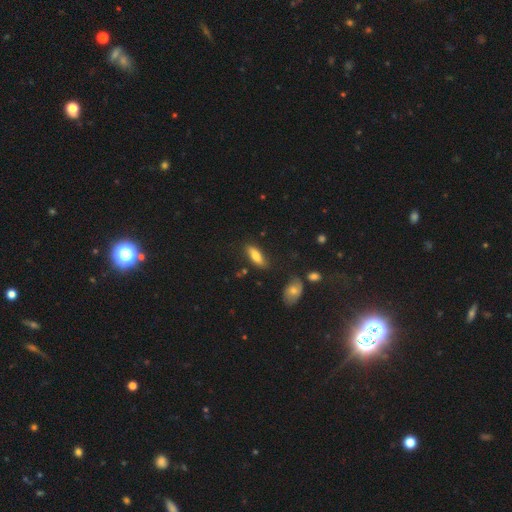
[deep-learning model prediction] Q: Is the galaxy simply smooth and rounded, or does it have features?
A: smooth — 76%.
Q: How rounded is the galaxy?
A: in between — 65%.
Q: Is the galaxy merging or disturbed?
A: none — 75%.